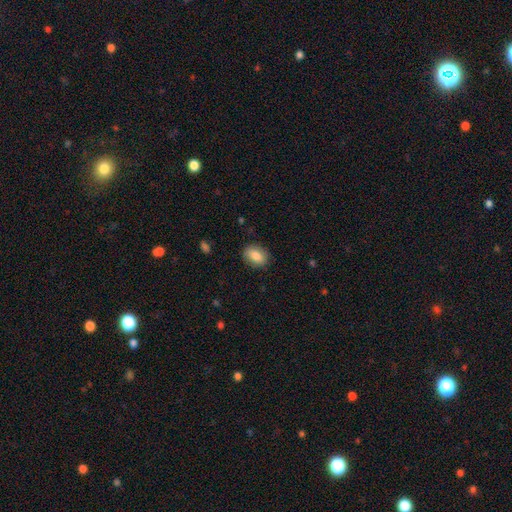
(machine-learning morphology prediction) The model was most divided on "how rounded": in between: 72%, round: 26%, cigar-shaped: 1%. More confident: merging — none (85%); smooth or featured — smooth (83%).